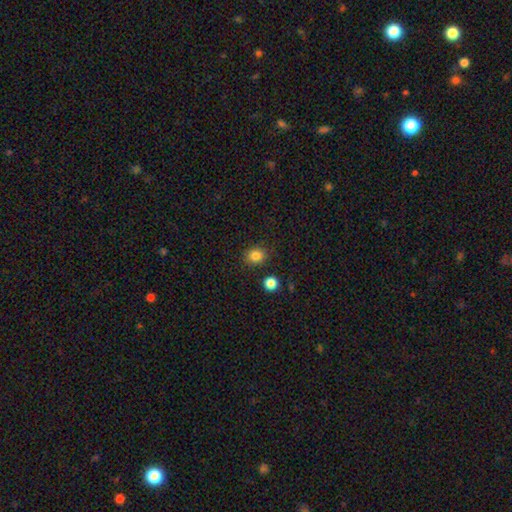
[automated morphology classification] Smooth or featured? smooth (84%)
How rounded? round (73%)
Merging? none (86%)